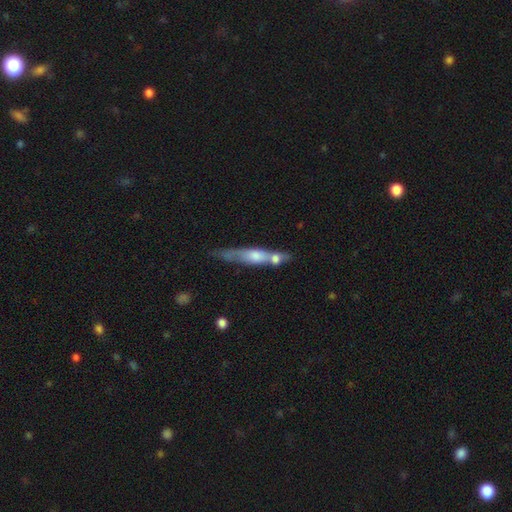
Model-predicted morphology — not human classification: Smooth or featured? featured or disk (57%)
Edge-on disk? yes (80%)
Merging? none (50%)